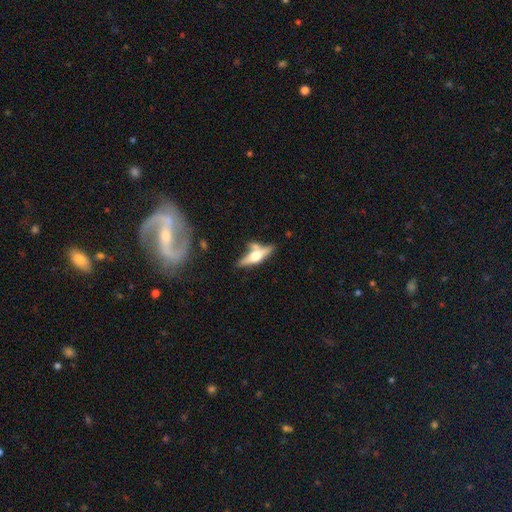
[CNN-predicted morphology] Smooth or featured: featured or disk — 56% (smooth — 37%)
Edge-on disk: yes — 89% (no — 11%)
Edge-on bulge: rounded — 92% (boxy — 5%)
Merging: none — 53% (merger — 23%)